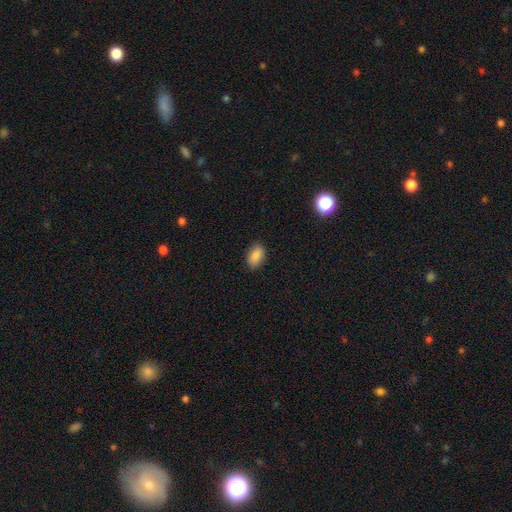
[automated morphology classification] A smooth galaxy with no disk features (87%) that is in between round and cigar-shaped (90%).

Vote fractions:
- Smooth or featured? smooth: 87% / star or artifact: 8% / featured or disk: 5%
- How rounded? in between: 90% / round: 9% / cigar-shaped: 2%
- Merging? none: 87% / minor disturbance: 10% / major disturbance: 2% / merger: 1%